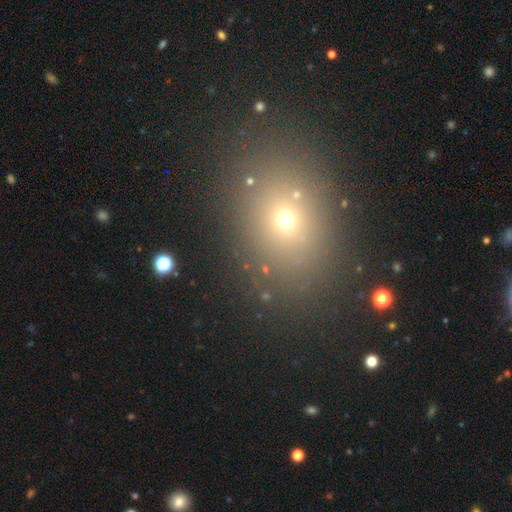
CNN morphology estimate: smooth_or_featured: smooth (p=0.59) [alt: star or artifact p=0.30]
how_rounded: in between (p=0.51) [alt: round p=0.47]
merging: none (p=0.85) [alt: minor disturbance p=0.08]